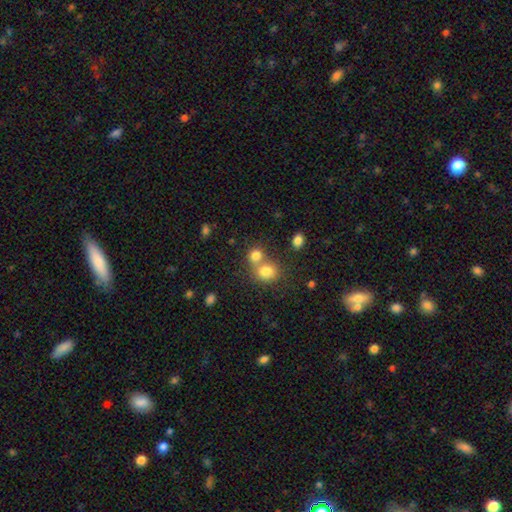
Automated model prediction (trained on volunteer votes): Smooth or featured? smooth (79%)
How rounded? round (73%)
Merging? merger (51%)